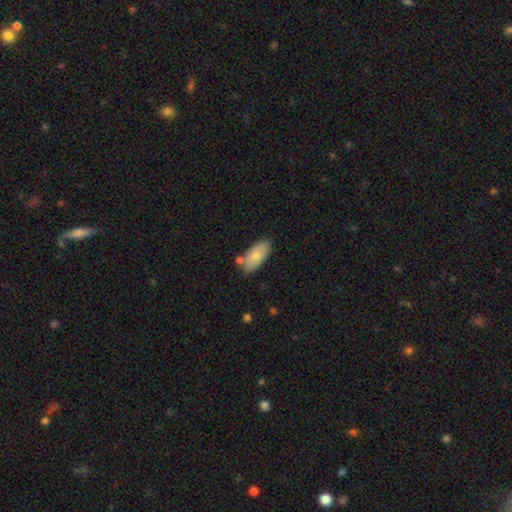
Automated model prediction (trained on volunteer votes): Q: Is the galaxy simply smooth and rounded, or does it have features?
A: smooth — 80%.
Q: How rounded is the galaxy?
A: in between — 91%.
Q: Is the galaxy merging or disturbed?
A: none — 73%.